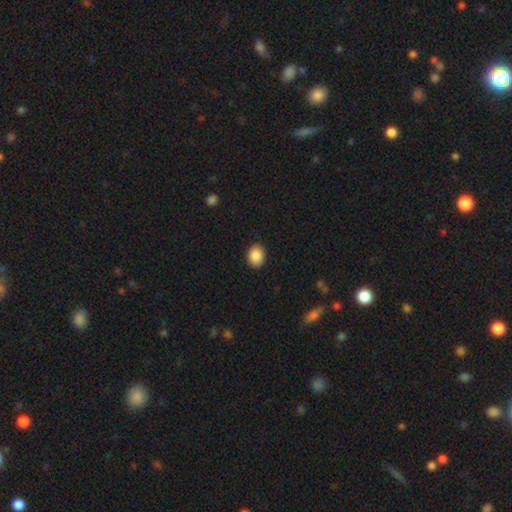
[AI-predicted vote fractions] A smooth galaxy with no disk features (88%) that is in between round and cigar-shaped (63%). Merging: none (90%).